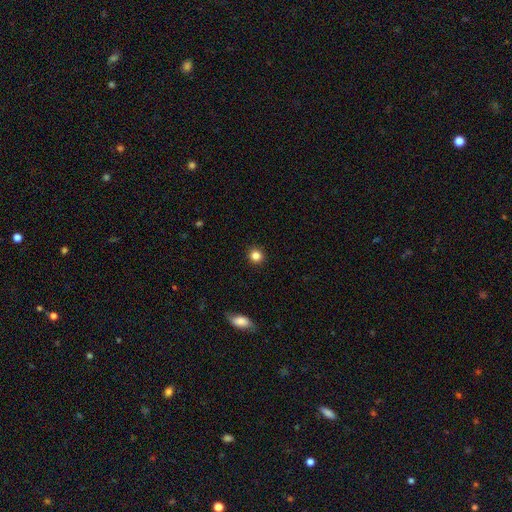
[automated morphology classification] Smooth or featured?
  - smooth: 85% *
  - star or artifact: 11%
  - featured or disk: 4%
How rounded?
  - round: 93% *
  - in between: 6%
  - cigar-shaped: 1%
Merging?
  - none: 92% *
  - minor disturbance: 5%
  - major disturbance: 2%
  - merger: 1%